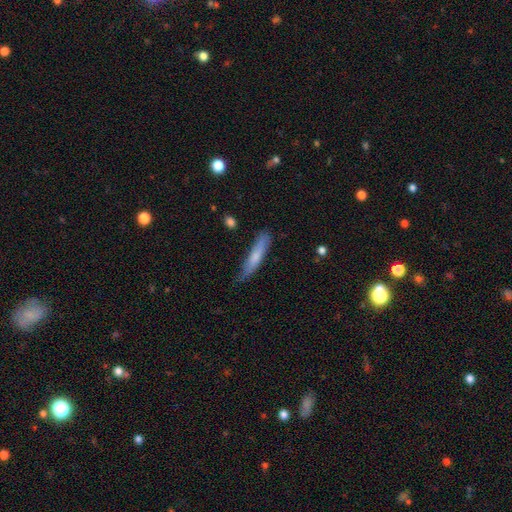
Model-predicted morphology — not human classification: This appears to be a smooth galaxy with no disk features (66%) that is cigar-shaped (89%). Merging: none (69%).